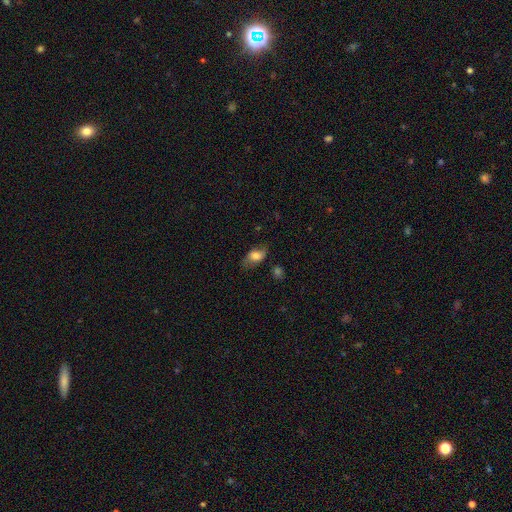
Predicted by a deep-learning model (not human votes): The model was most divided on "smooth or featured": smooth: 65%, featured or disk: 26%, star or artifact: 9%. More confident: how rounded — in between (86%); merging — none (64%).